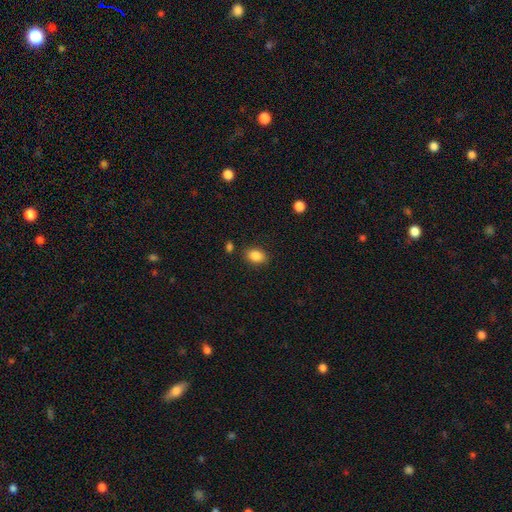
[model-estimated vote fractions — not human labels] Smooth or featured: smooth — 86% (star or artifact — 9%)
How rounded: in between — 81% (round — 17%)
Merging: none — 82% (minor disturbance — 11%)